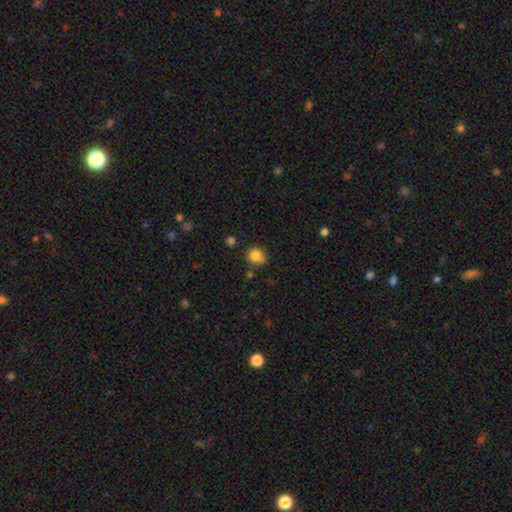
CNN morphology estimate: Overall: smooth (82%). How rounded: round (77%). Merging: none (60%; minor disturbance 25%).